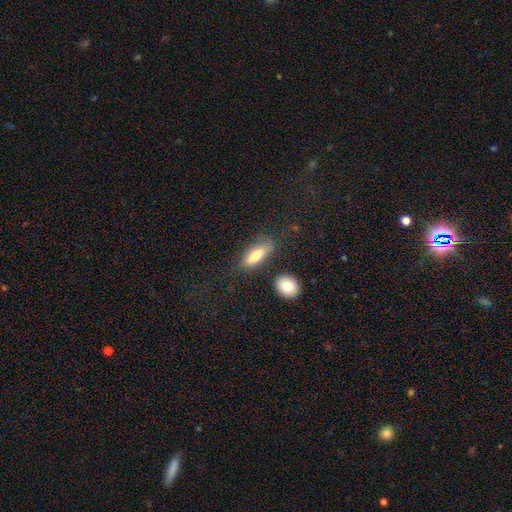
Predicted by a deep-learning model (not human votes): Smooth or featured? smooth (75%)
How rounded? in between (71%)
Merging? none (69%)